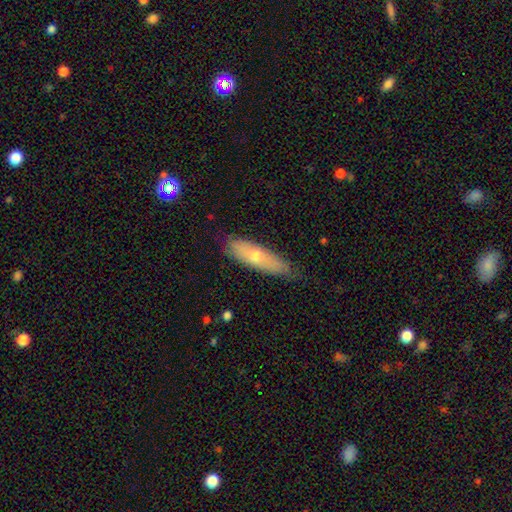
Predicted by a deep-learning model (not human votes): The model was most divided on "how rounded": cigar-shaped: 55%, in between: 43%, round: 2%. More confident: merging — none (74%); smooth or featured — smooth (59%).